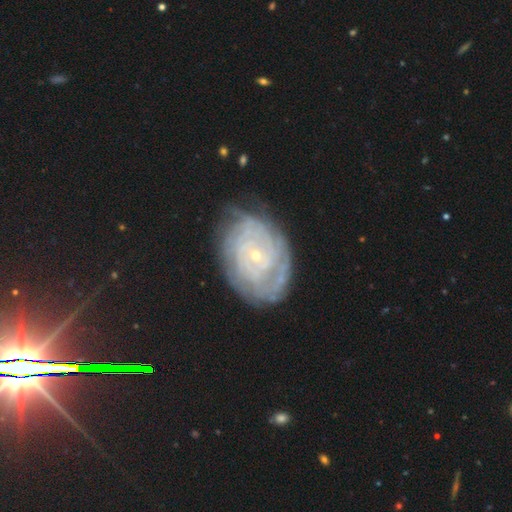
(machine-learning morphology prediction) smooth-or-featured: featured or disk: 79% | smooth: 14% | star or artifact: 8%
  disk-edge-on: no: 96% | yes: 4%
    bar: no: 80% | weak: 16% | strong: 4%
    has-spiral-arms: yes: 87% | no: 13%
      spiral-winding: tight: 81% | medium: 15% | loose: 5%
      spiral-arm-count: can't tell: 52% | 2: 12% | more than 4: 11% | 4: 10% | 3: 9% | 1: 6%
    bulge-size: small: 83% | moderate: 14% | none: 1% | large: 1% | dominant: 1%
  merging: none: 71% | minor disturbance: 20% | major disturbance: 8% | merger: 2%